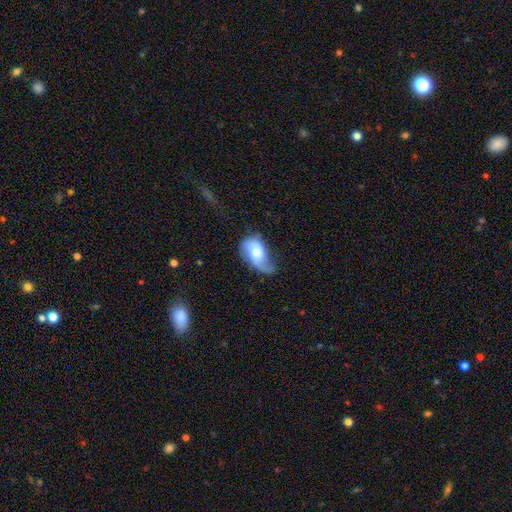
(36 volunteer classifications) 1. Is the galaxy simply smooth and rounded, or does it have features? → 72% featured or disk, 19% smooth, 8% star or artifact.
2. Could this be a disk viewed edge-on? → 96% no, 4% yes.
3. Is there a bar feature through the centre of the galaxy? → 80% no, 20% weak, 0% strong.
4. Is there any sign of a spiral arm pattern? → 88% yes, 12% no.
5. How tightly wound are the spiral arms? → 86% loose, 9% medium, 5% tight.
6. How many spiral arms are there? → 59% 2, 36% 1, 5% can't tell, 0% 3, 0% 4, 0% more than 4.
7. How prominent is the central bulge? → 64% moderate, 16% small, 12% large, 4% dominant, 4% none.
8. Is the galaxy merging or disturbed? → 36% major disturbance, 33% minor disturbance, 30% none, 0% merger.